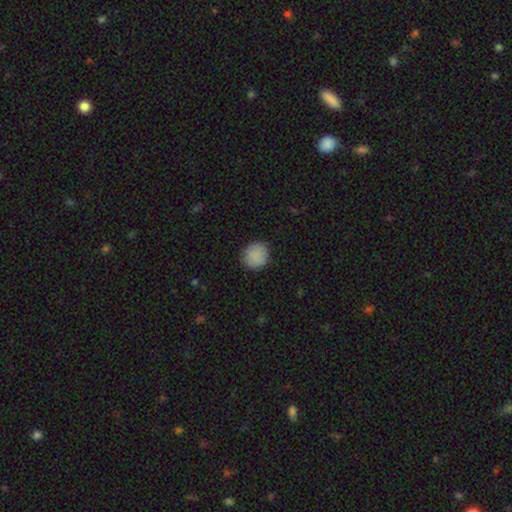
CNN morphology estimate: The model was most divided on "merging": none: 87%, minor disturbance: 9%, major disturbance: 2%, merger: 1%. More confident: how rounded — round (89%); smooth or featured — smooth (88%).